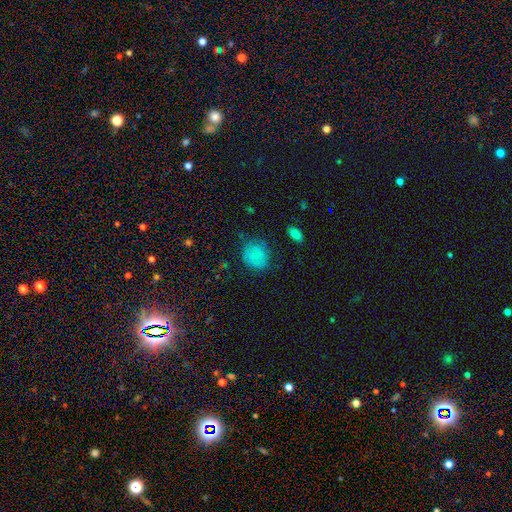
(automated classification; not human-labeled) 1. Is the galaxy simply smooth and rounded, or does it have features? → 66% smooth, 25% featured or disk, 9% star or artifact.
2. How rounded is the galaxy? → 70% round, 29% in between, 1% cigar-shaped.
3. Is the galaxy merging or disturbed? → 67% none, 24% minor disturbance, 7% major disturbance, 2% merger.